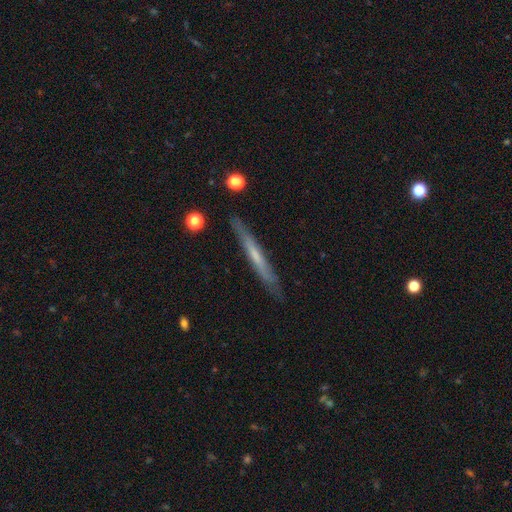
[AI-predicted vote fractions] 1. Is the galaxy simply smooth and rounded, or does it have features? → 52% featured or disk, 42% smooth, 6% star or artifact.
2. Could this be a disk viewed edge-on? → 93% yes, 7% no.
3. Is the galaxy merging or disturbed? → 87% none, 10% minor disturbance, 2% major disturbance, 2% merger.